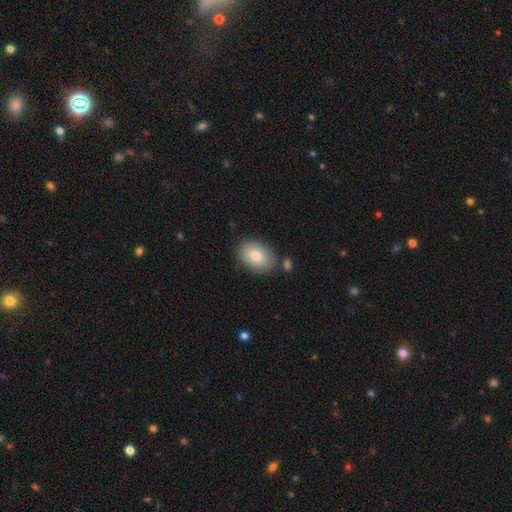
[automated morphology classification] Overall: smooth (82%). How rounded: in between (84%). Merging: none (81%).